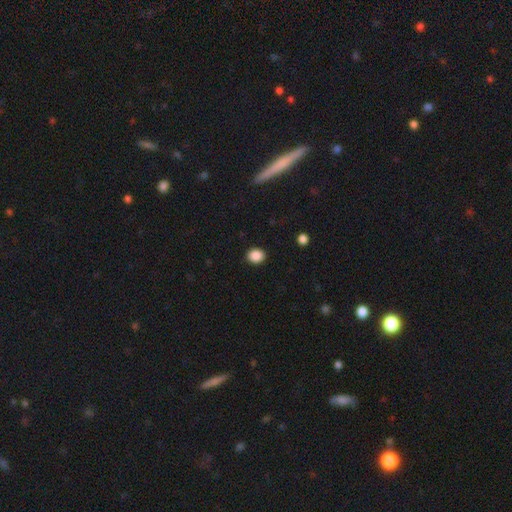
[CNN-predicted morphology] smooth 88%, star or artifact 9%, featured or disk 3%. Down the decision tree: how rounded — round (64%); merging — none (90%).